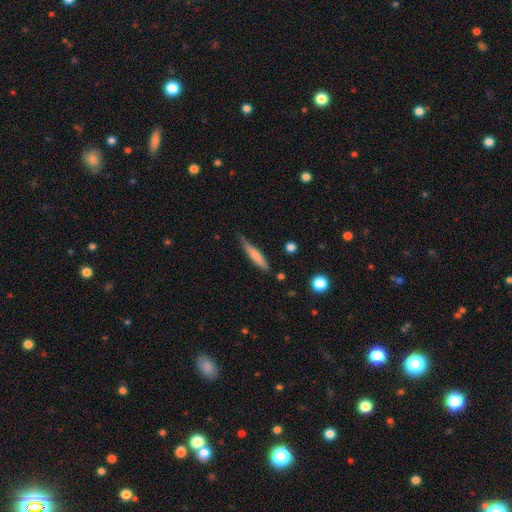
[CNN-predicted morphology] Smooth or featured: smooth — 71% (featured or disk — 23%)
How rounded: cigar-shaped — 88% (in between — 11%)
Merging: none — 65% (minor disturbance — 28%)